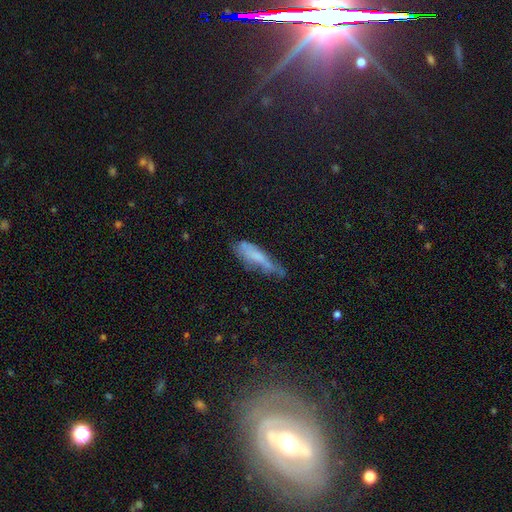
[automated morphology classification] The model was most divided on "merging": none: 41%, minor disturbance: 35%, major disturbance: 18%, merger: 5%. More confident: how rounded — cigar-shaped (70%); smooth or featured — smooth (57%).